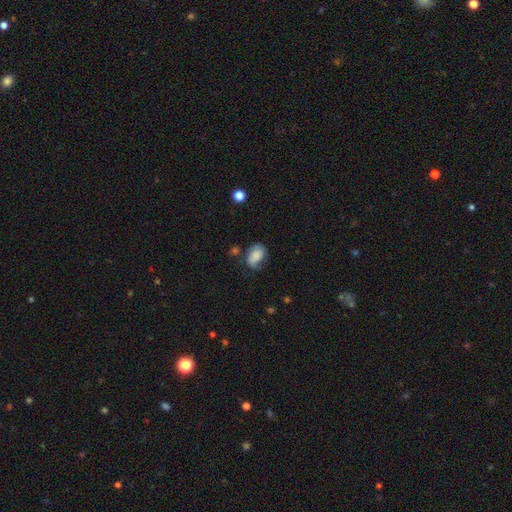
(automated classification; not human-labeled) This appears to be a smooth galaxy with no disk features (67%) that is in between round and cigar-shaped (82%). Merging: none (49%).